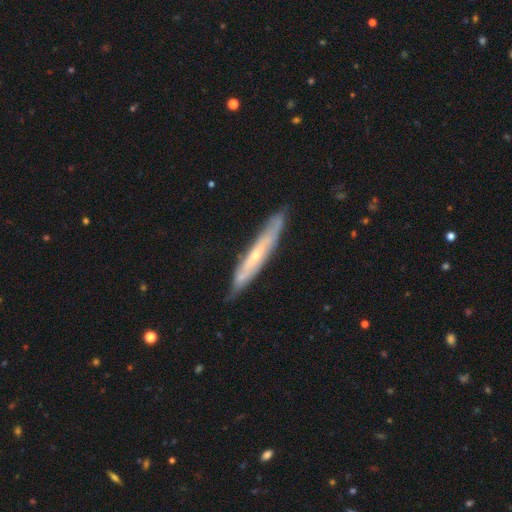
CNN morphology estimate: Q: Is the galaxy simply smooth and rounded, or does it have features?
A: featured or disk — 68%.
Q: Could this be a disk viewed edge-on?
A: yes — 67%.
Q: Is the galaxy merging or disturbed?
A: none — 78%.